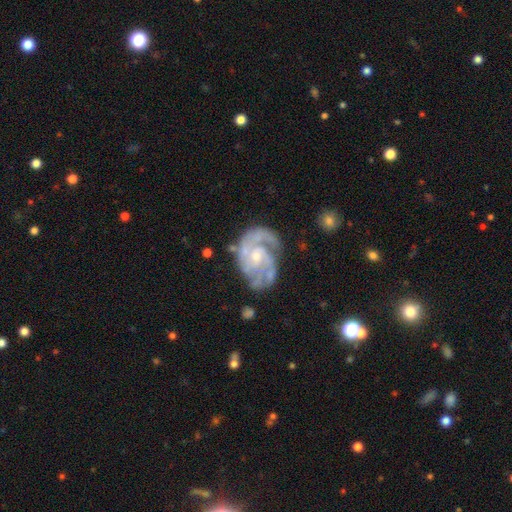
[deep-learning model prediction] A featured or disk galaxy (89%) with no bar (64%), 2 (40%) tight (48%) spiral arms (96%) and a small central bulge (61%). Merging: none (61%).